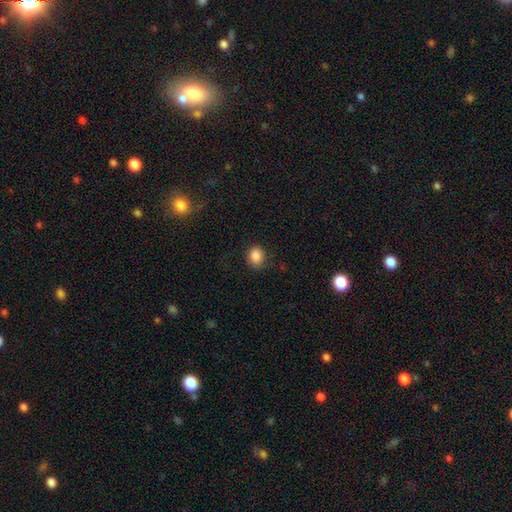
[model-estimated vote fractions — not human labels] This appears to be a smooth galaxy with no disk features (86%) that is round (68%). Merging: none (81%).